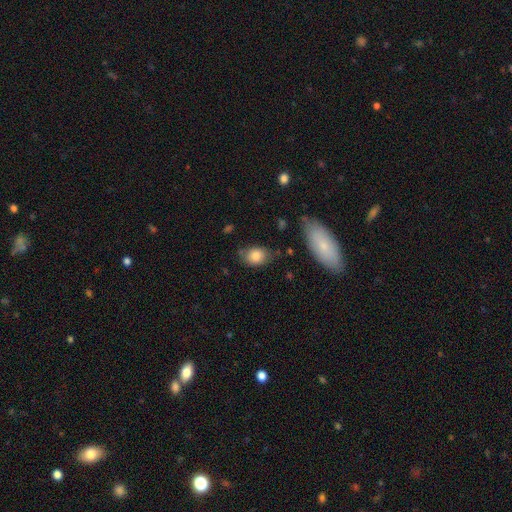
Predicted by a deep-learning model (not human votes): Smooth or featured: smooth — 83% (featured or disk — 9%)
How rounded: in between — 72% (round — 27%)
Merging: none — 67% (minor disturbance — 24%)